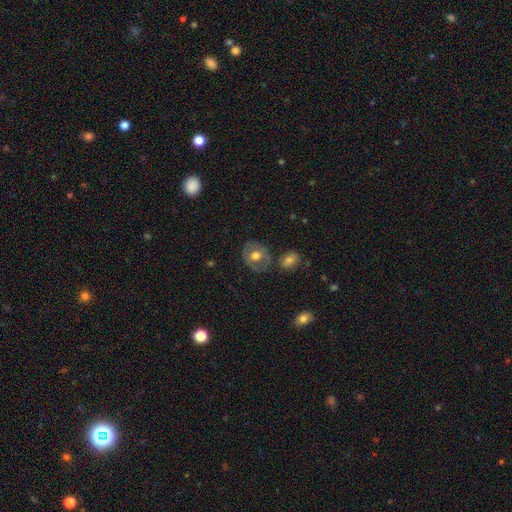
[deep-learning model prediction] smooth-or-featured: smooth: 53% | featured or disk: 40% | star or artifact: 7%
  how-rounded: round: 65% | in between: 34% | cigar-shaped: 1%
  merging: none: 71% | minor disturbance: 15% | merger: 8% | major disturbance: 5%